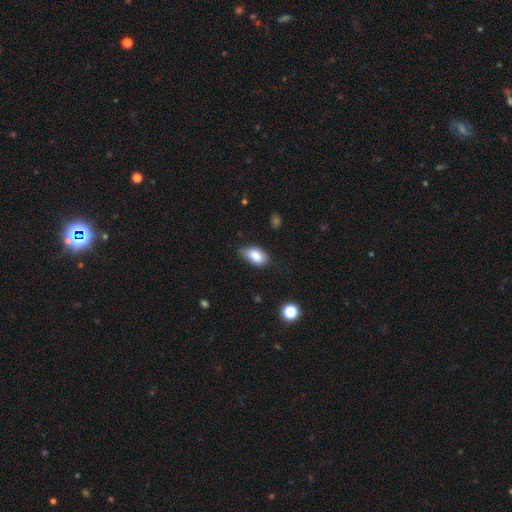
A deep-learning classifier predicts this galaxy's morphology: smooth 83%, featured or disk 9%, star or artifact 8%. Down the decision tree: how rounded — in between (91%); merging — none (58%).